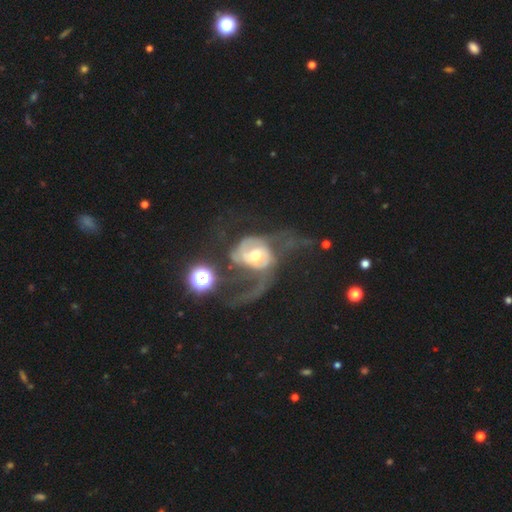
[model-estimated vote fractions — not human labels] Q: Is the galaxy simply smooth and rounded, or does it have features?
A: featured or disk — 76%.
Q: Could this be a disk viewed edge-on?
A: no — 97%.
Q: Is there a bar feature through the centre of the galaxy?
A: no — 67%.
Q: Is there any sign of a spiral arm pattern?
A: yes — 79%.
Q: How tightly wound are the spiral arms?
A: loose — 53%.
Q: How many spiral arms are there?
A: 2 — 54%.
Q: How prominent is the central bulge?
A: moderate — 62%.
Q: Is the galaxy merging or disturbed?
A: major disturbance — 58%.